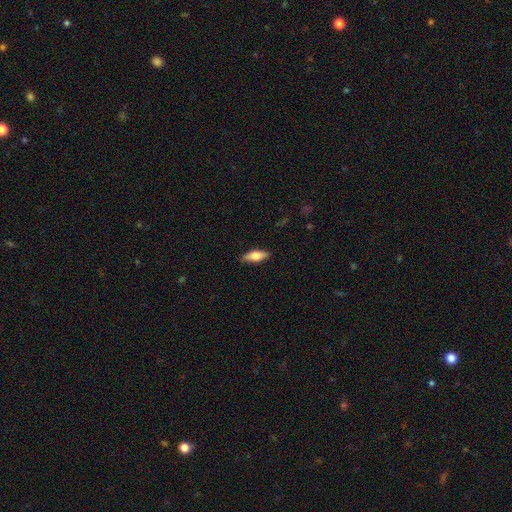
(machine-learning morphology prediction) Smooth or featured: smooth — 66% (featured or disk — 28%)
How rounded: in between — 65% (cigar-shaped — 33%)
Merging: none — 86% (minor disturbance — 11%)